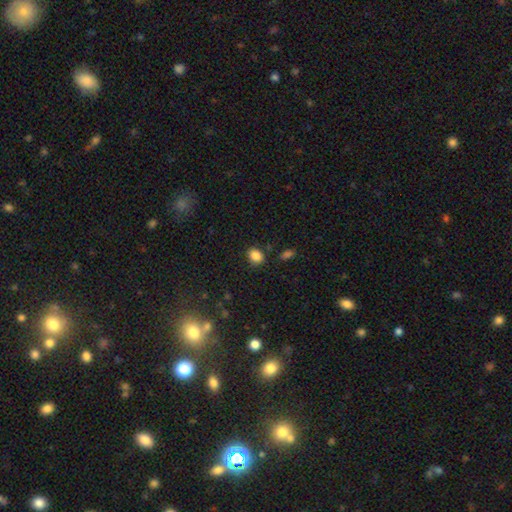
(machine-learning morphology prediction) smooth-or-featured: smooth: 86% | star or artifact: 10% | featured or disk: 4%
  how-rounded: in between: 50% | round: 49% | cigar-shaped: 1%
  merging: none: 83% | minor disturbance: 11% | merger: 4% | major disturbance: 3%